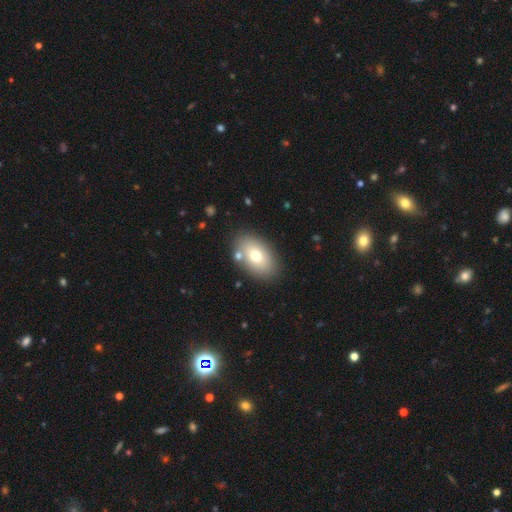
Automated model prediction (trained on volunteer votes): smooth-or-featured: smooth: 71% | featured or disk: 20% | star or artifact: 9%
  how-rounded: in between: 89% | round: 10% | cigar-shaped: 1%
  merging: none: 80% | minor disturbance: 10% | merger: 6% | major disturbance: 3%